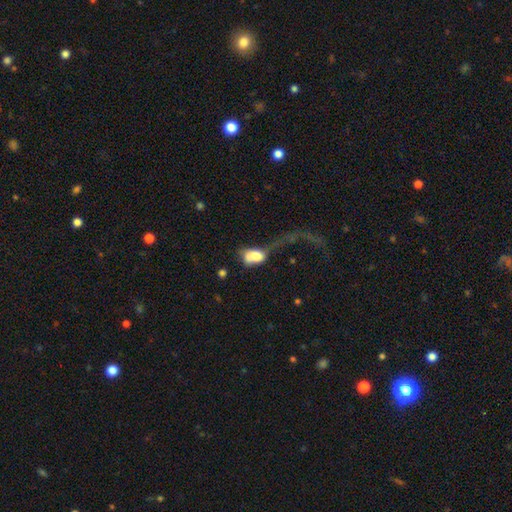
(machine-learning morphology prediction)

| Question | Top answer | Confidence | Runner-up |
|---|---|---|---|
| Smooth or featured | smooth | 66% | featured or disk (25%) |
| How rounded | in between | 82% | round (14%) |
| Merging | major disturbance | 59% | merger (16%) |